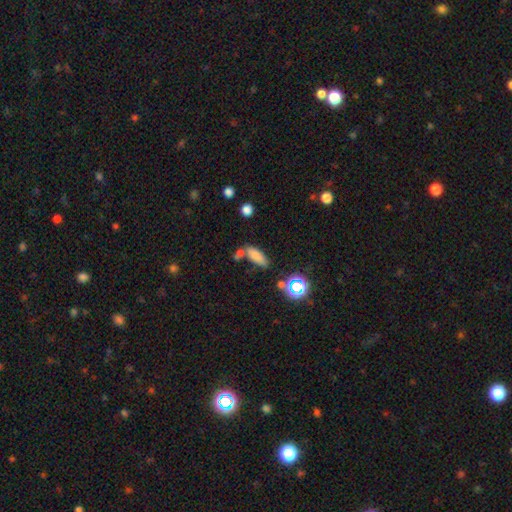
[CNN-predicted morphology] smooth-or-featured: smooth: 75% | star or artifact: 16% | featured or disk: 9%
  how-rounded: in between: 66% | cigar-shaped: 30% | round: 4%
  merging: none: 55% | merger: 23% | minor disturbance: 15% | major disturbance: 6%